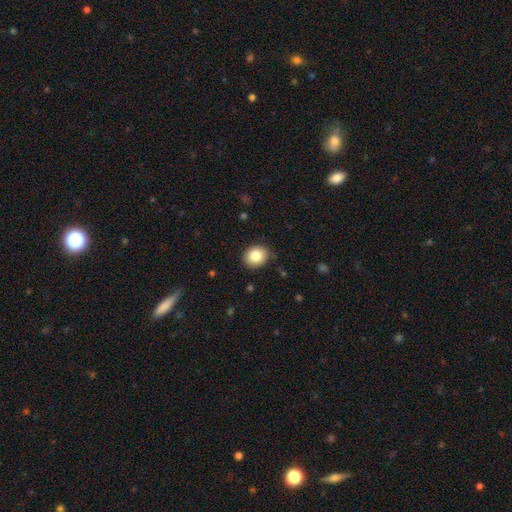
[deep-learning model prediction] The model was most divided on "how rounded": round: 68%, in between: 31%, cigar-shaped: 1%. More confident: merging — none (85%); smooth or featured — smooth (84%).